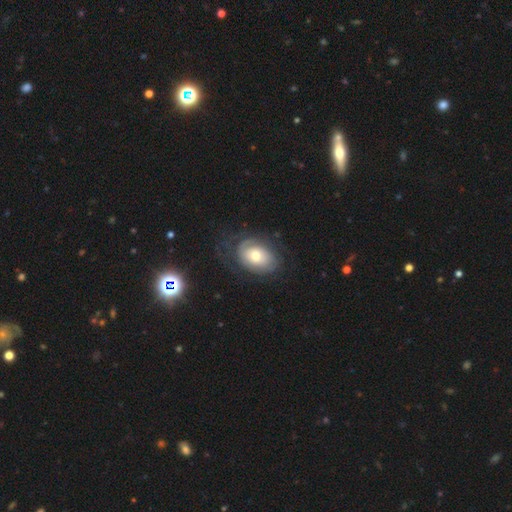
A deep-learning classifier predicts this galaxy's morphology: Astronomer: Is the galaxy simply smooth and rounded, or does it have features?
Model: featured or disk — 56% (runner-up: smooth, 37%).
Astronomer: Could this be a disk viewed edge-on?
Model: no — 95%.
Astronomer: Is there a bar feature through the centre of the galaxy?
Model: no — 79%.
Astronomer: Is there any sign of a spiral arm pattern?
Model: yes — 71%.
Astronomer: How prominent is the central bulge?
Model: moderate — 66%.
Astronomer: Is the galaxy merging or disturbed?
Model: none — 60%.